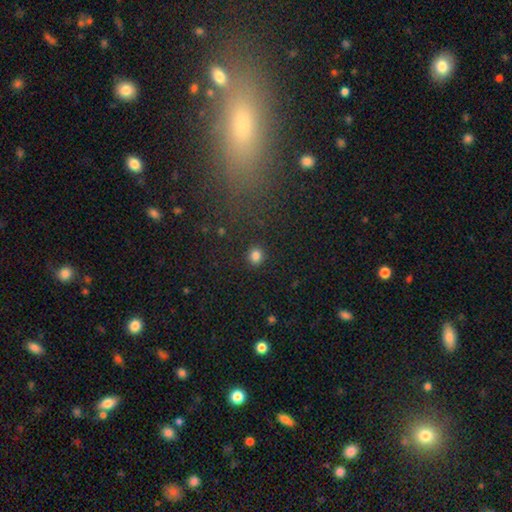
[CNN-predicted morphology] This appears to be a smooth galaxy with no disk features (83%) that is round (87%). Merging: none (90%).